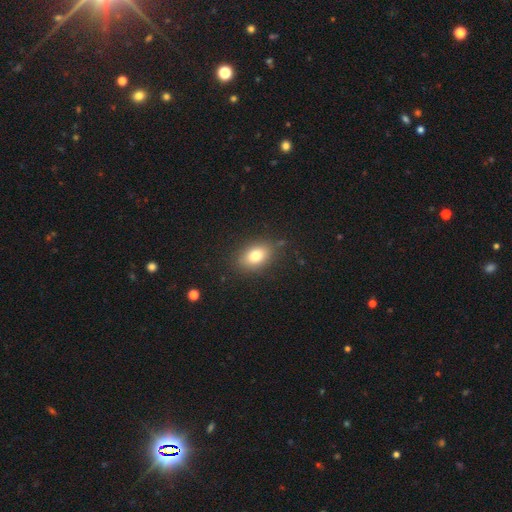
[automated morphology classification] A smooth galaxy with no disk features (79%) that is in between round and cigar-shaped (82%).

Vote fractions:
- Smooth or featured? smooth: 79% / featured or disk: 11% / star or artifact: 10%
- How rounded? in between: 82% / round: 16% / cigar-shaped: 2%
- Merging? none: 82% / minor disturbance: 13% / major disturbance: 4% / merger: 2%